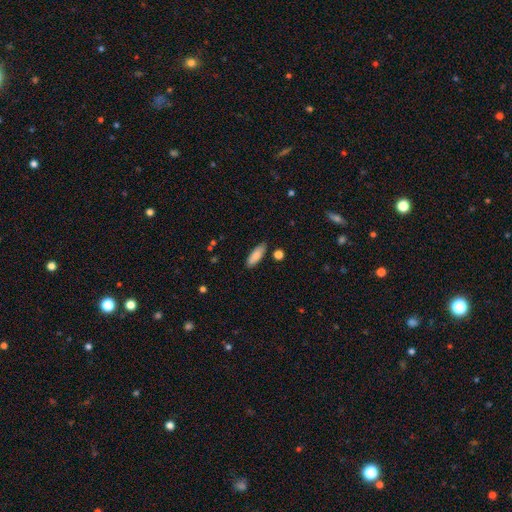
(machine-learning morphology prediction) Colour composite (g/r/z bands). It shows a smooth galaxy with no disk features (86%) that is in between round and cigar-shaped (62%). Merging: none (81%).